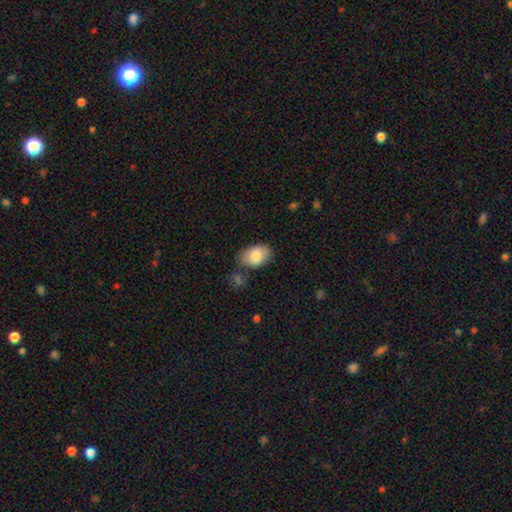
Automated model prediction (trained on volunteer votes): Smooth or featured: smooth — 83% (featured or disk — 11%)
How rounded: in between — 89% (round — 9%)
Merging: none — 72% (minor disturbance — 18%)